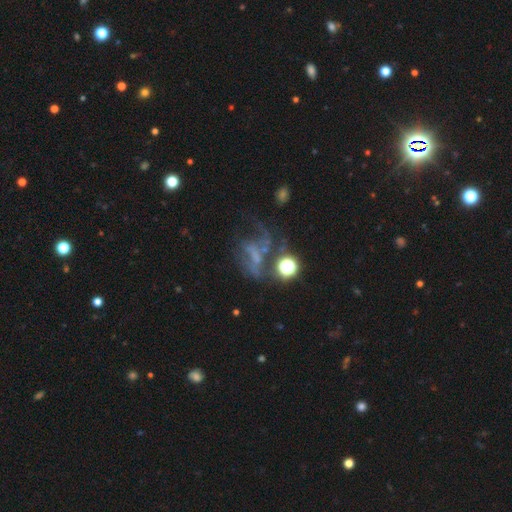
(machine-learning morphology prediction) Smooth or featured: featured or disk — 50% (star or artifact — 29%)
Merging: major disturbance — 41% (none — 32%)